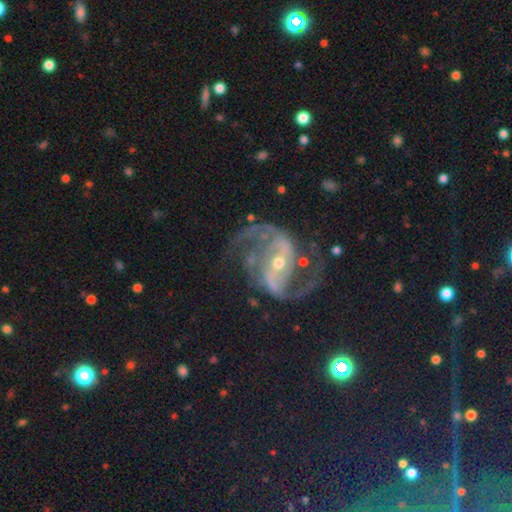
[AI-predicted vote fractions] smooth_or_featured: featured or disk (p=0.76) [alt: star or artifact p=0.17]
disk_edge_on: no (p=0.97) [alt: yes p=0.03]
bar: weak (p=0.40) [alt: no p=0.35]
has_spiral_arms: yes (p=0.95) [alt: no p=0.05]
spiral_winding: medium (p=0.46) [alt: loose p=0.36]
spiral_arm_count: 2 (p=0.73) [alt: can't tell p=0.07]
bulge_size: small (p=0.69) [alt: moderate p=0.26]
merging: none (p=0.63) [alt: minor disturbance p=0.17]